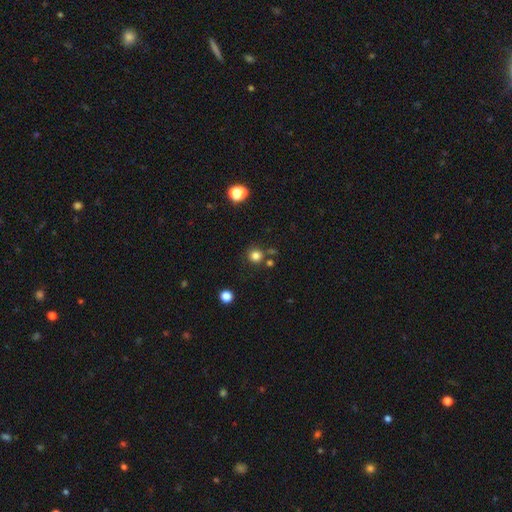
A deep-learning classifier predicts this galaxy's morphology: A smooth galaxy with no disk features (80%) that is round (93%).

Vote fractions:
- Smooth or featured? smooth: 80% / star or artifact: 15% / featured or disk: 5%
- How rounded? round: 93% / in between: 6% / cigar-shaped: 1%
- Merging? none: 78% / merger: 10% / minor disturbance: 9% / major disturbance: 3%